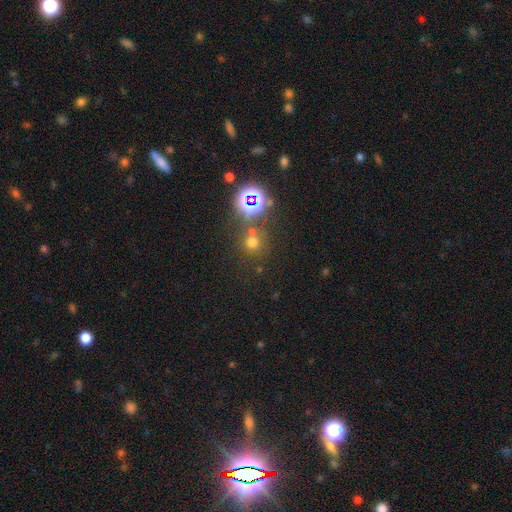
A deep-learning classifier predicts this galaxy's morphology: Smooth or featured: star or artifact — 66% (smooth — 27%)